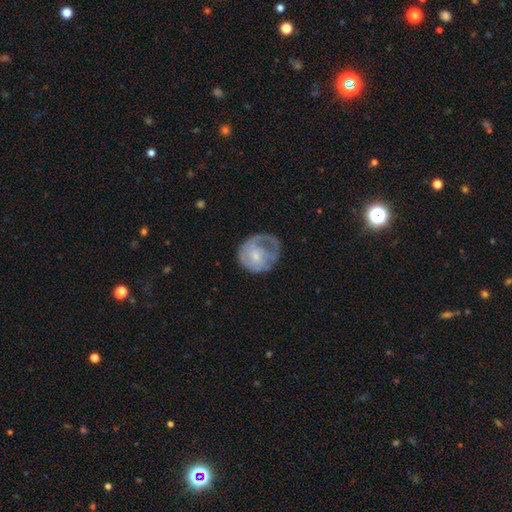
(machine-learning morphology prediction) The model was most divided on "merging": none: 43%, major disturbance: 30%, minor disturbance: 25%, merger: 2%. More confident: edge-on disk — no (98%); spiral arms — yes (70%); bar — no (63%); smooth or featured — featured or disk (58%); bulge size — small (55%).